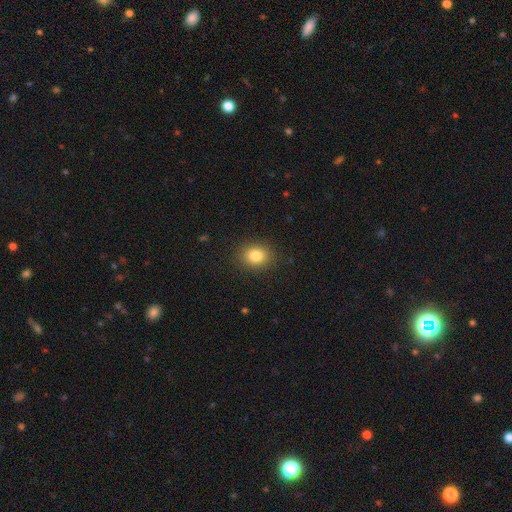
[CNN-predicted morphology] A smooth galaxy with no disk features (83%) that is round (59%). Merging: none (88%).